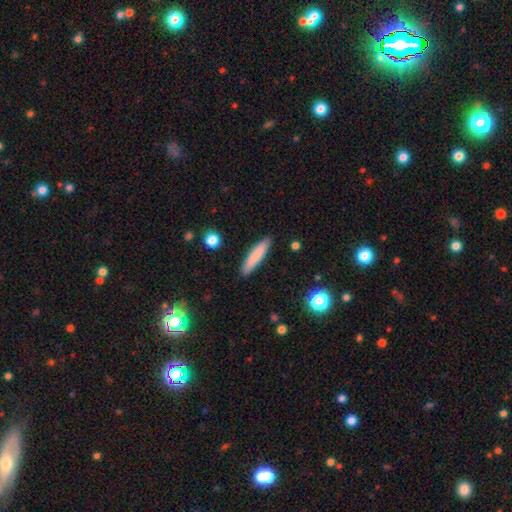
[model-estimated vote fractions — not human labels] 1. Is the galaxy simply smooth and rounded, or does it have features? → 81% smooth, 12% featured or disk, 6% star or artifact.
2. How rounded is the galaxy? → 86% cigar-shaped, 13% in between, 1% round.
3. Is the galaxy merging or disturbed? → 90% none, 7% minor disturbance, 2% major disturbance, 1% merger.